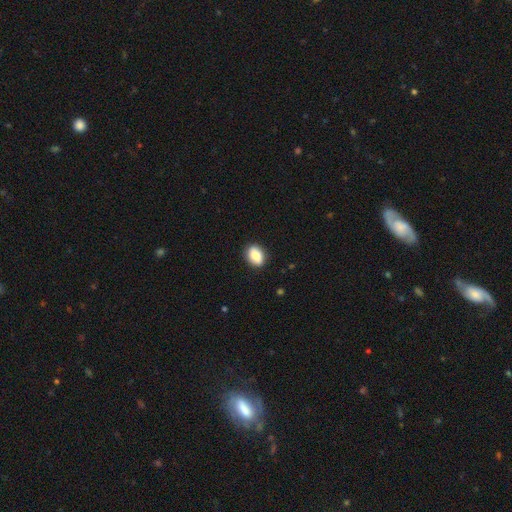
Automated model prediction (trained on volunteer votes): Morphology: type=smooth (80%); roundness=in between (75%); merging=none (87%).